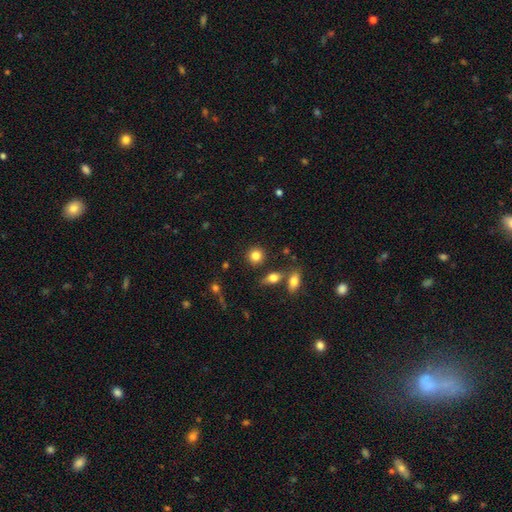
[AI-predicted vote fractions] Smooth or featured?
  - smooth: 83% *
  - star or artifact: 10%
  - featured or disk: 7%
How rounded?
  - round: 87% *
  - in between: 12%
  - cigar-shaped: 1%
Merging?
  - none: 83% *
  - minor disturbance: 7%
  - merger: 6%
  - major disturbance: 3%